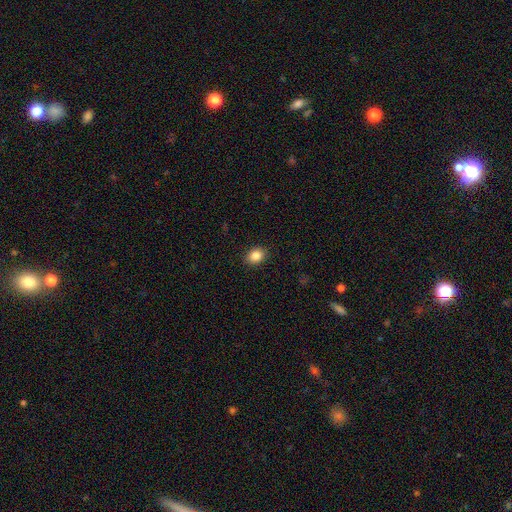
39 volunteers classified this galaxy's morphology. smooth_or_featured: smooth (p=0.87) [alt: featured or disk p=0.08]
how_rounded: in between (p=0.56) [alt: round p=0.44]
merging: none (p=0.95) [alt: minor disturbance p=0.05]